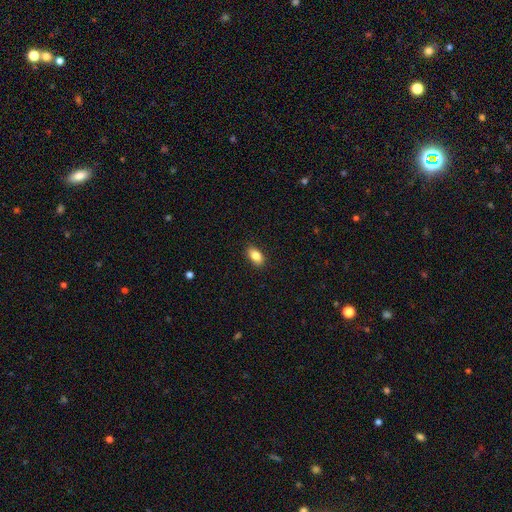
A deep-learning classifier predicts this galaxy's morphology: A smooth galaxy with no disk features (84%) that is in between round and cigar-shaped (89%). Merging: none (88%).